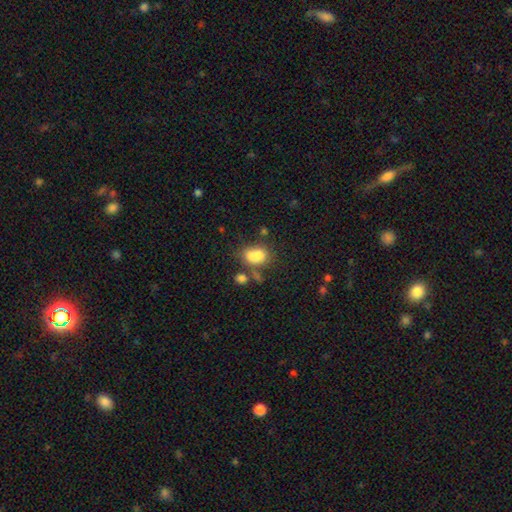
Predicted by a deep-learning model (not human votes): smooth 73%, featured or disk 15%, star or artifact 12%. Down the decision tree: how rounded — in between (69%); merging — merger (44%).